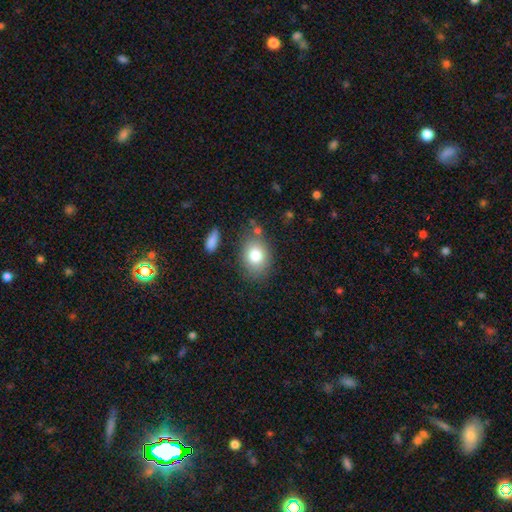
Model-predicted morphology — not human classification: The model was most divided on "how rounded": in between: 62%, round: 37%, cigar-shaped: 1%. More confident: smooth or featured — smooth (80%); merging — none (73%).